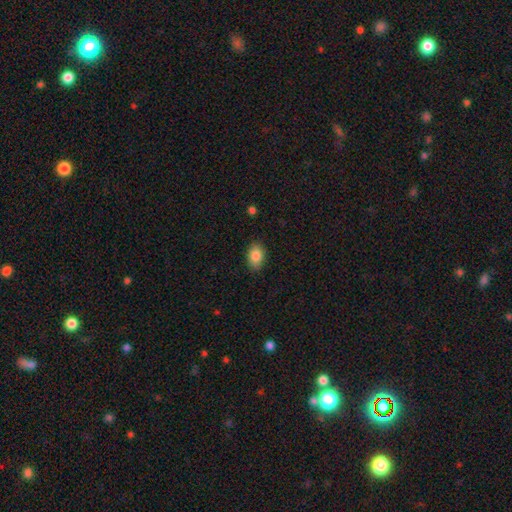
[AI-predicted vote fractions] Smooth or featured: smooth — 86% (star or artifact — 8%)
How rounded: in between — 88% (round — 11%)
Merging: none — 87% (minor disturbance — 10%)